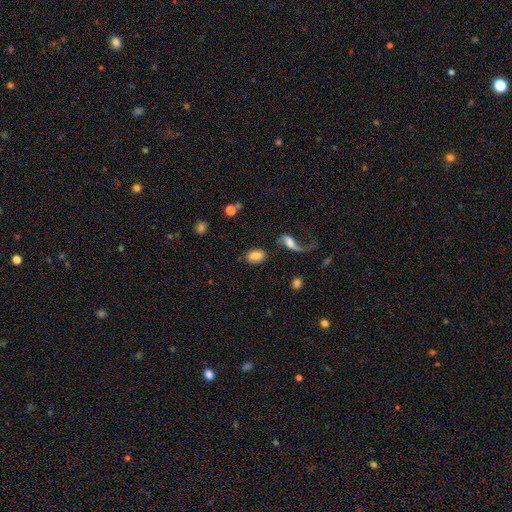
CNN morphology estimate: A smooth galaxy with no disk features (78%) that is in between round and cigar-shaped (90%). Merging: none (71%).